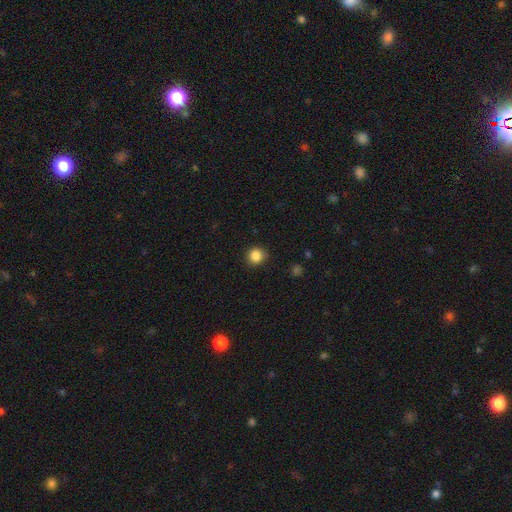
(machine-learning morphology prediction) smooth_or_featured: smooth (p=0.86) [alt: star or artifact p=0.11]
how_rounded: round (p=0.90) [alt: in between p=0.09]
merging: none (p=0.85) [alt: minor disturbance p=0.11]